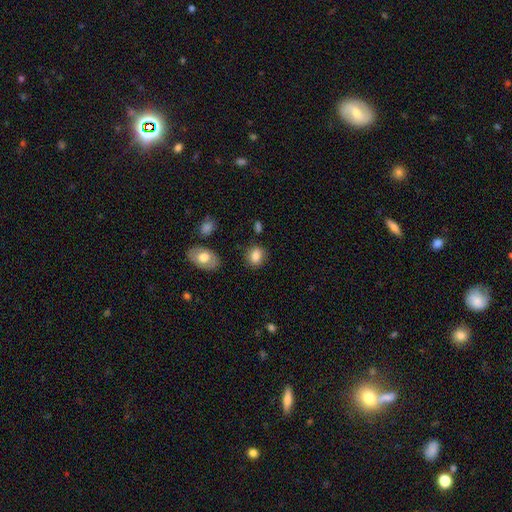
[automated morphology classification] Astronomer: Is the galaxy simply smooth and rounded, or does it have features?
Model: smooth — 83%.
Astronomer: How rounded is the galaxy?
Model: round — 55% (runner-up: in between, 44%).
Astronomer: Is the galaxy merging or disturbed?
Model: none — 81%.